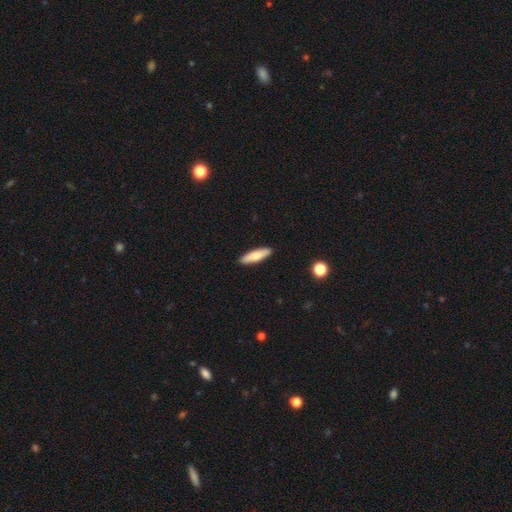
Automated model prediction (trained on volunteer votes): Morphology: type=smooth (74%); roundness=cigar-shaped (67%); merging=none (91%).